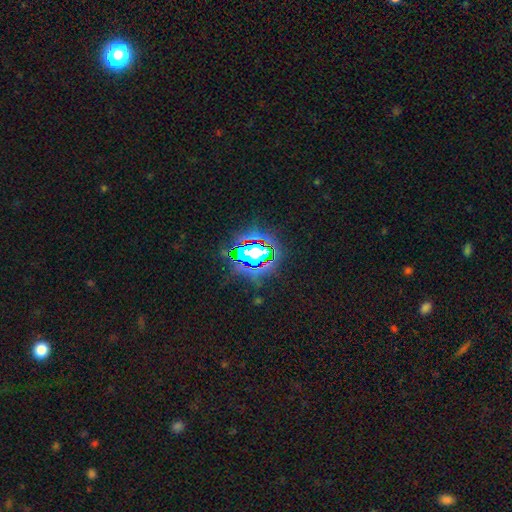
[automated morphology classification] Overall: star or artifact (67%).